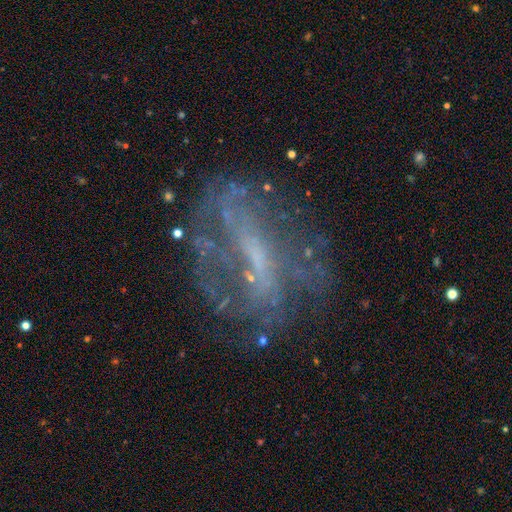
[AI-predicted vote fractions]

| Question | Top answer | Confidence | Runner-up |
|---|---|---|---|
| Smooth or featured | featured or disk | 69% | star or artifact (16%) |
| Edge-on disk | no | 90% | yes (10%) |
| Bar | weak | 38% | no (35%) |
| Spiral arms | no | 50% | tied: yes (50%) |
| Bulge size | small | 48% | none (32%) |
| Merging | none | 61% | major disturbance (18%) |